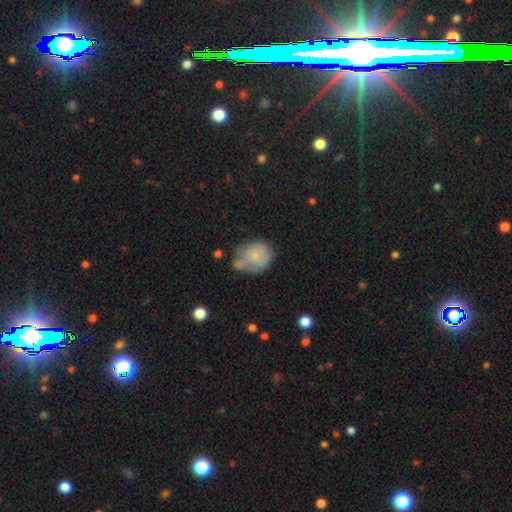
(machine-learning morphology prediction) smooth_or_featured: smooth (p=0.62) [alt: featured or disk p=0.30]
how_rounded: round (p=0.68) [alt: in between p=0.31]
merging: none (p=0.37) [alt: minor disturbance p=0.31]